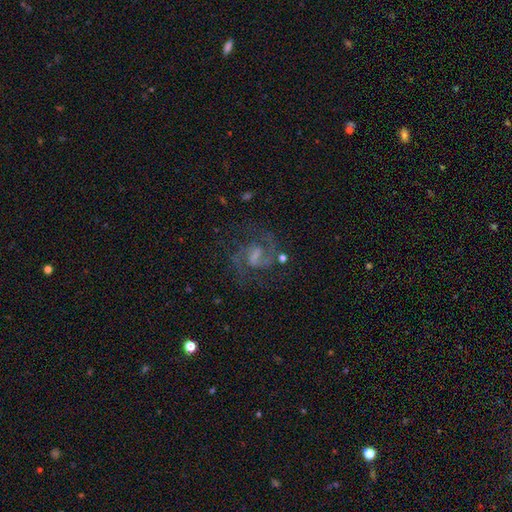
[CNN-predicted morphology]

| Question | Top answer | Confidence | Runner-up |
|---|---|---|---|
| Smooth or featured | featured or disk | 84% | star or artifact (9%) |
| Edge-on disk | no | 98% | yes (2%) |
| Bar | weak | 54% | strong (30%) |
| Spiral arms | yes | 96% | no (4%) |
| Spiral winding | medium | 61% | loose (20%) |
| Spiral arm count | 2 | 85% | can't tell (5%) |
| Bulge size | none | 36% | small (35%) |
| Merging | none | 68% | minor disturbance (15%) |